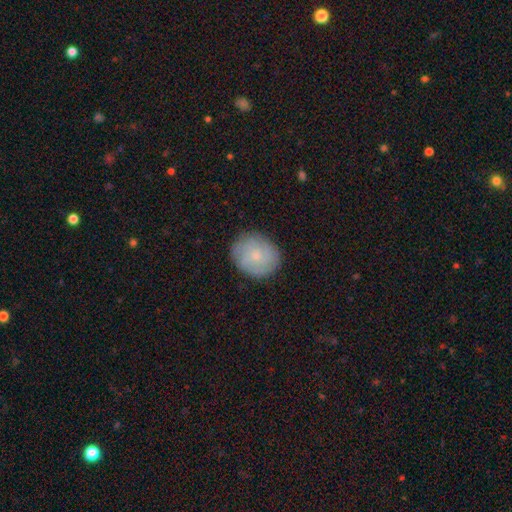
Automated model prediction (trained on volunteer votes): smooth 67%, featured or disk 26%, star or artifact 7%. Down the decision tree: how rounded — round (72%); merging — none (84%).